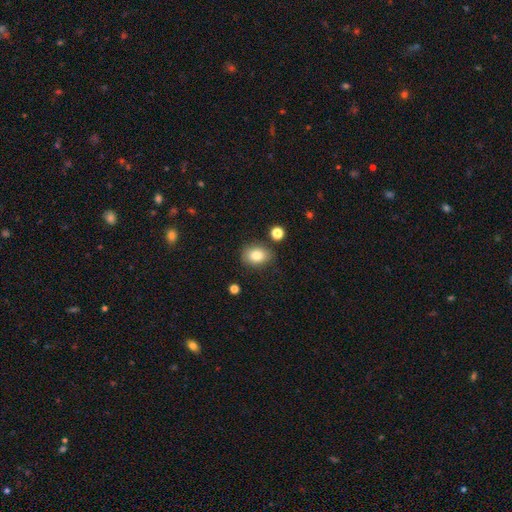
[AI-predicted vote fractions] This is clearly a smooth galaxy (82%). How rounded: possibly in between (58%). Merging: likely none (80%).